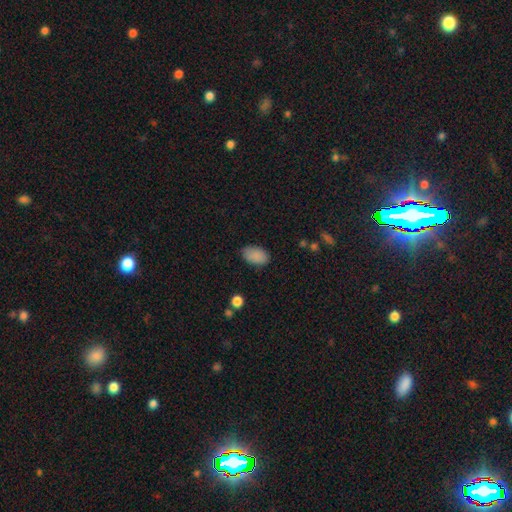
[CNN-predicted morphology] Smooth or featured? Predicted: smooth (p=0.88). How rounded? Predicted: in between (p=0.93). Merging? Predicted: none (p=0.82).